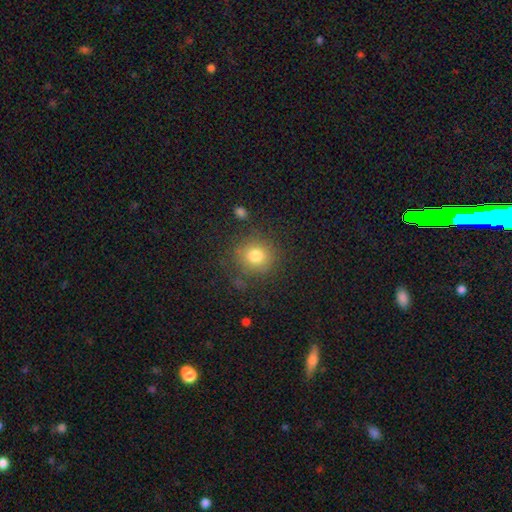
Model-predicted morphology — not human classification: Smooth or featured? smooth (79%)
How rounded? round (89%)
Merging? none (80%)